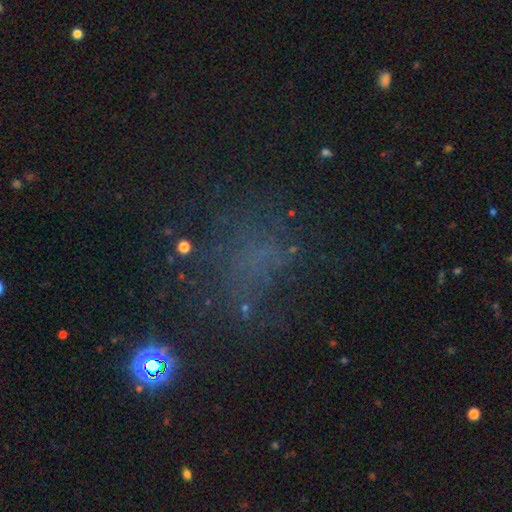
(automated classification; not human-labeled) Overall: star or artifact (44%; smooth 33%).